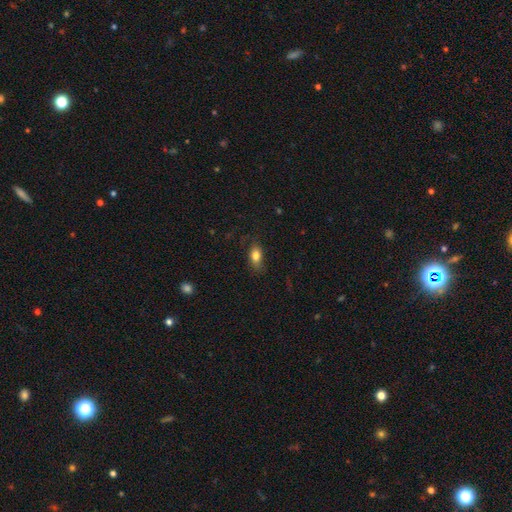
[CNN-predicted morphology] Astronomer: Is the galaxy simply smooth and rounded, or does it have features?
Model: smooth — 80%.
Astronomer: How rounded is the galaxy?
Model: in between — 82%.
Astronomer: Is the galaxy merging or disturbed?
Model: none — 74%.